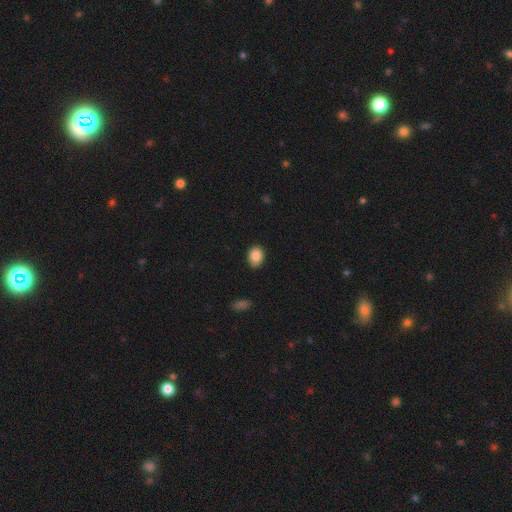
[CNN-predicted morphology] Smooth or featured? Predicted: smooth (p=0.87). How rounded? Predicted: in between (p=0.63). Merging? Predicted: none (p=0.84).